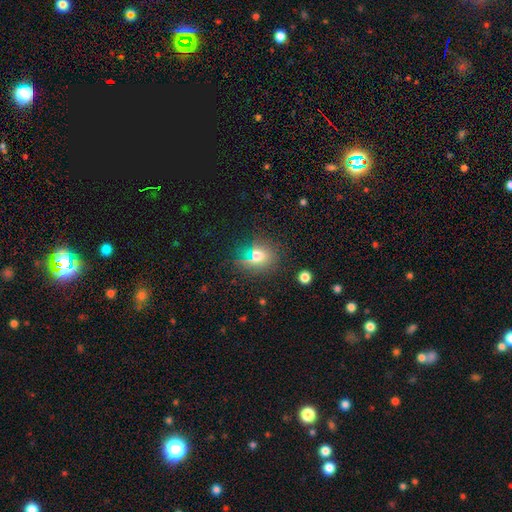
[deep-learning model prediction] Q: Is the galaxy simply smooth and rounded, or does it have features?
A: smooth — 66%.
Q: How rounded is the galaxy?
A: round — 66%.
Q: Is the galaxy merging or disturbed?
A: none — 77%.